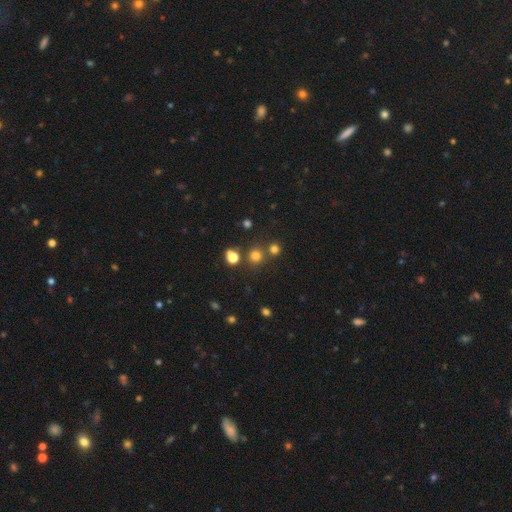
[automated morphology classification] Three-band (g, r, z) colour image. It shows a smooth galaxy with no disk features (73%) that is round (90%). Merging: none (75%).